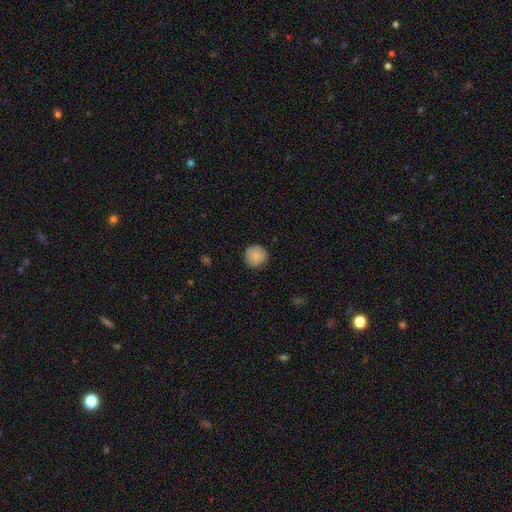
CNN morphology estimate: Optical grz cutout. It shows a smooth galaxy with no disk features (88%) that is round (94%). Merging: none (89%).